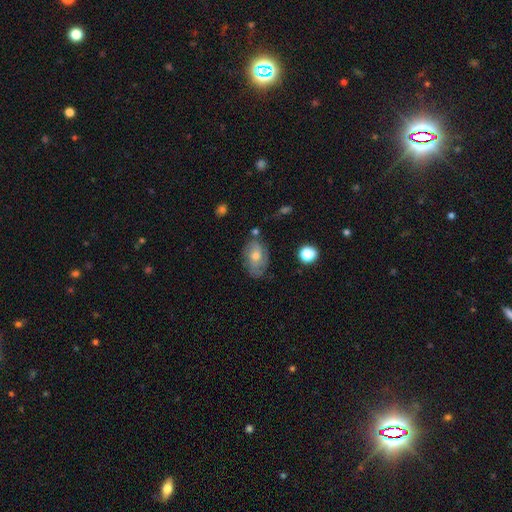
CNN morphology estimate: This is possibly a featured or disk galaxy (51%). It is clearly not viewed edge-on (94%). Merging: likely none (66%).